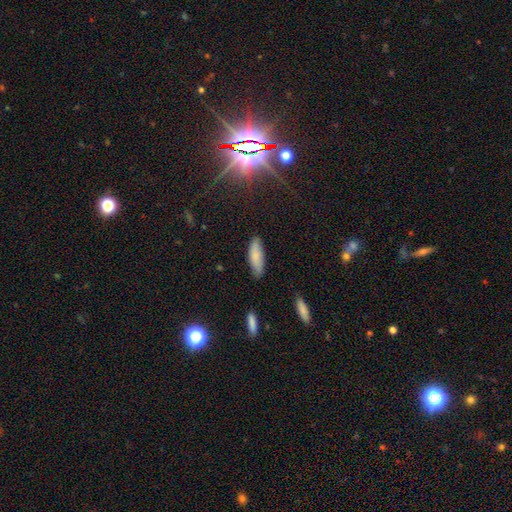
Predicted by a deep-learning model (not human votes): Smooth or featured: smooth — 83% (featured or disk — 10%)
How rounded: in between — 61% (cigar-shaped — 37%)
Merging: none — 80% (minor disturbance — 16%)